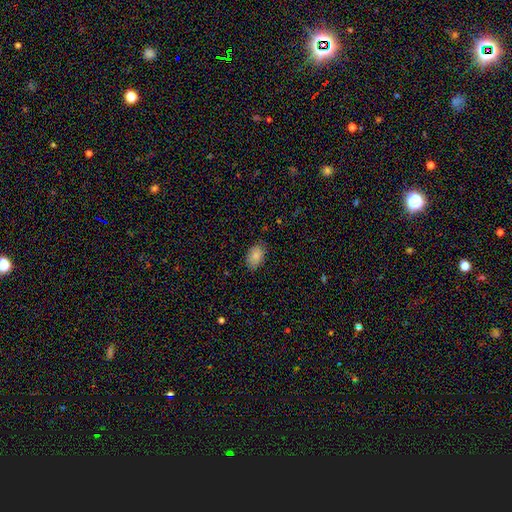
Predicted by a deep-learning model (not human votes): smooth_or_featured: smooth (p=0.85) [alt: star or artifact p=0.08]
how_rounded: in between (p=0.89) [alt: round p=0.10]
merging: none (p=0.81) [alt: minor disturbance p=0.15]